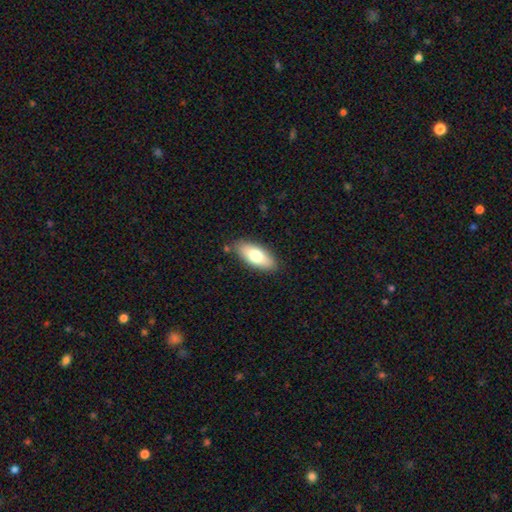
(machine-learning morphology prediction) This is likely a smooth galaxy (72%). How rounded: clearly in between (82%). Merging: clearly none (85%).